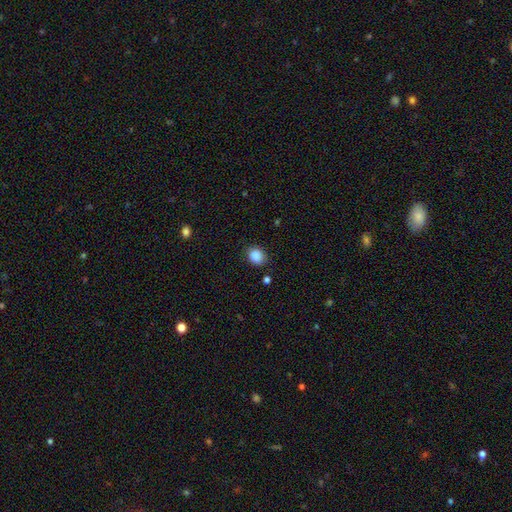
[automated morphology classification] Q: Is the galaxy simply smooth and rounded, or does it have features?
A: smooth — 88%.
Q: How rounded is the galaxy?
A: round — 59%.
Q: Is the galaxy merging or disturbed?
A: none — 82%.